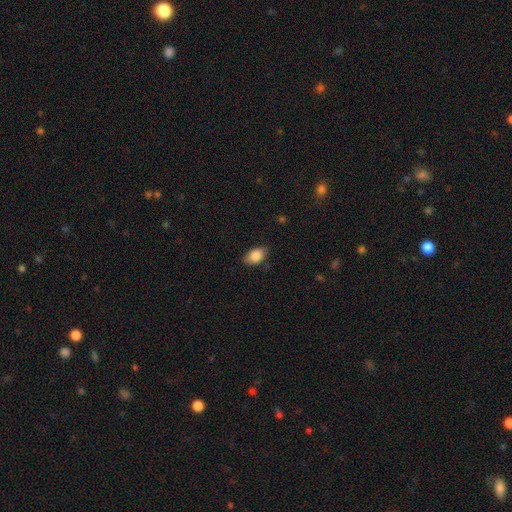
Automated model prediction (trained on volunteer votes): This appears to be a smooth galaxy with no disk features (87%) that is in between round and cigar-shaped (88%). Merging: none (78%).